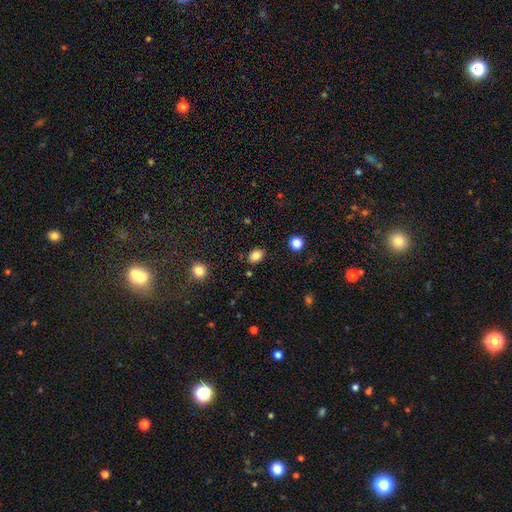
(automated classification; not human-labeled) A smooth galaxy with no disk features (85%) that is in between round and cigar-shaped (71%).

Vote fractions:
- Smooth or featured? smooth: 85% / star or artifact: 11% / featured or disk: 4%
- How rounded? in between: 71% / round: 28% / cigar-shaped: 1%
- Merging? none: 84% / minor disturbance: 11% / major disturbance: 3% / merger: 2%